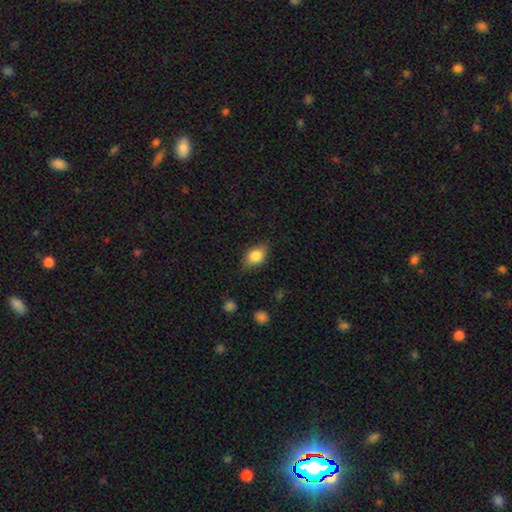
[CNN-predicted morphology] Smooth or featured: smooth — 82% (featured or disk — 11%)
How rounded: in between — 79% (round — 18%)
Merging: none — 76% (minor disturbance — 18%)